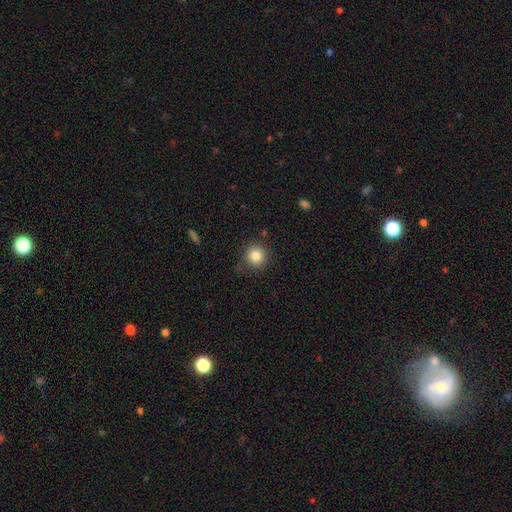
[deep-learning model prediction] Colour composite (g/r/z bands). It shows a smooth galaxy with no disk features (84%) that is round (93%). Merging: none (85%).